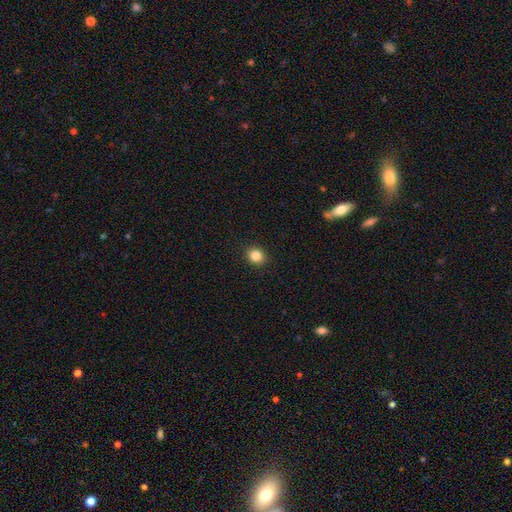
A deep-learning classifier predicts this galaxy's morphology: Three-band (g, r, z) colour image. It shows a smooth galaxy with no disk features (84%) that is round (76%). Merging: none (92%).